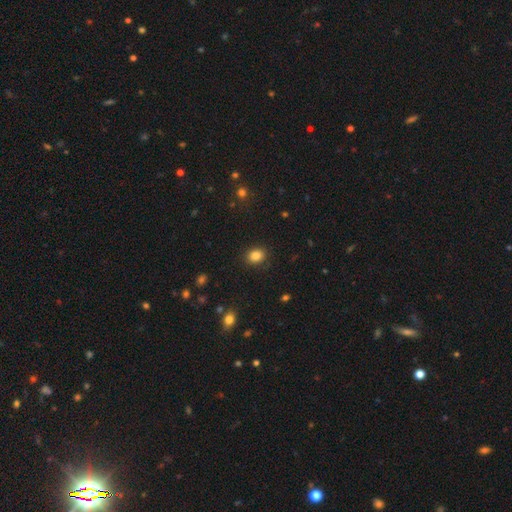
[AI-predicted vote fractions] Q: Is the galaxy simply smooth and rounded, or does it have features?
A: smooth — 85%.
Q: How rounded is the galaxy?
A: in between — 52%.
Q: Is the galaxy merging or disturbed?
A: none — 87%.